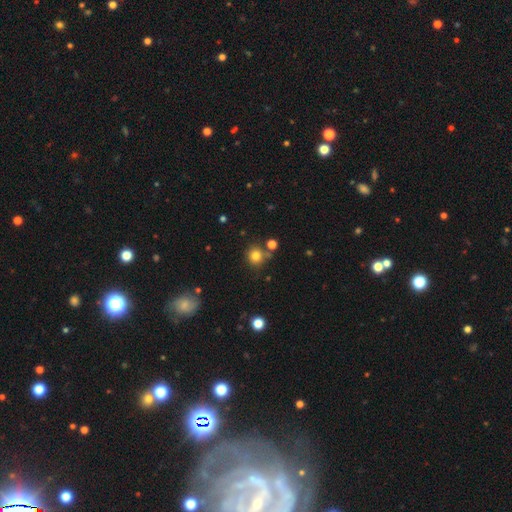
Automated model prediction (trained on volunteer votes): A smooth galaxy with no disk features (80%) that is round (88%). Merging: none (74%).